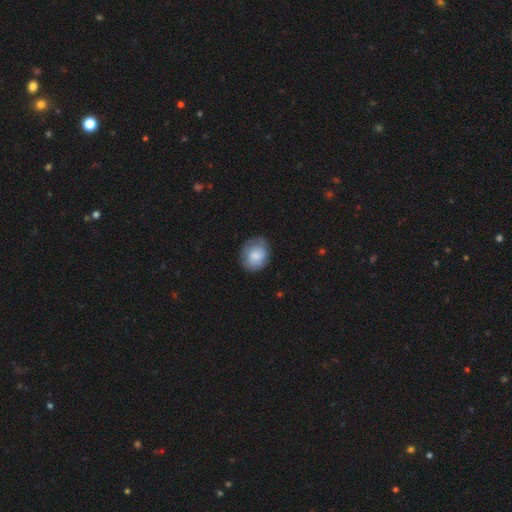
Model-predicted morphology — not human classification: Smooth or featured: smooth — 77% (featured or disk — 16%)
How rounded: round — 56% (in between — 43%)
Merging: none — 75% (minor disturbance — 19%)